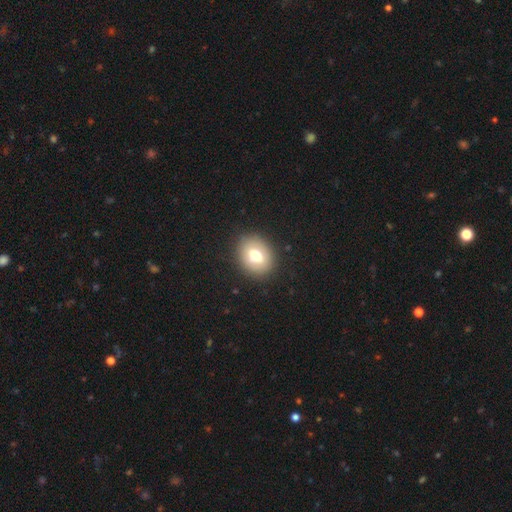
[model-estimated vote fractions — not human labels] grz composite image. It shows a smooth galaxy with no disk features (69%) that is round (51%). Merging: none (87%).